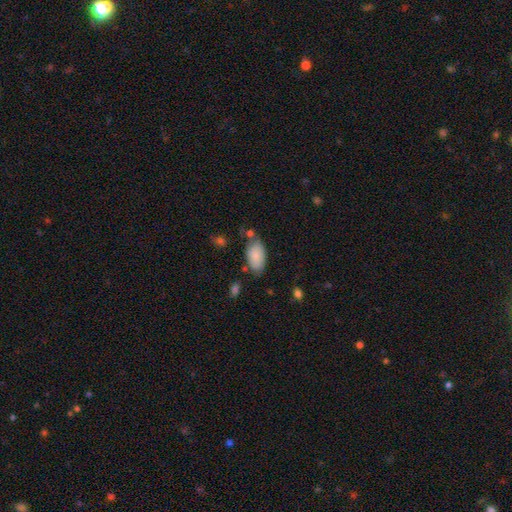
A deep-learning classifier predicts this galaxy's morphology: Smooth or featured? smooth (85%)
How rounded? in between (94%)
Merging? none (64%)